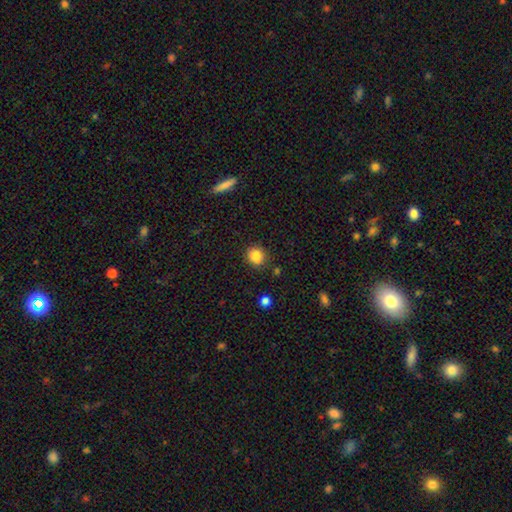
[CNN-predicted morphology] Smooth or featured?
  - smooth: 83% *
  - star or artifact: 11%
  - featured or disk: 6%
How rounded?
  - round: 87% *
  - in between: 12%
  - cigar-shaped: 1%
Merging?
  - none: 84% *
  - minor disturbance: 10%
  - merger: 3%
  - major disturbance: 3%